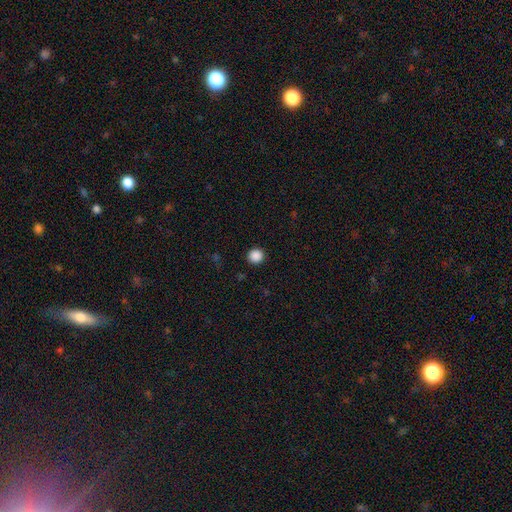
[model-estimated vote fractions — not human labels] This appears to be a smooth galaxy with no disk features (88%) that is round (94%). Merging: none (92%).